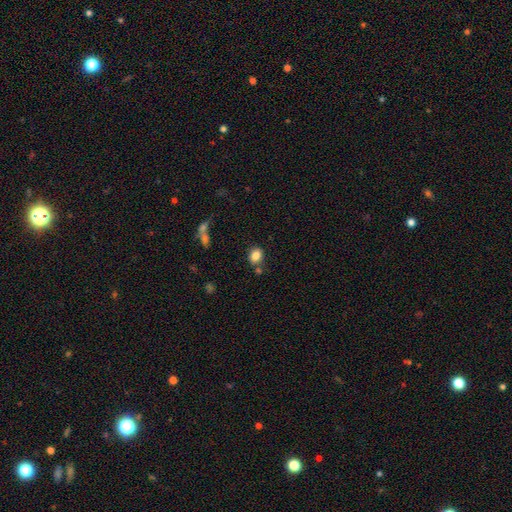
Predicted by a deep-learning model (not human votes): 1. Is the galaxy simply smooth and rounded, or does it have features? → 83% smooth, 10% star or artifact, 7% featured or disk.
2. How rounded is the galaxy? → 59% in between, 40% round, 1% cigar-shaped.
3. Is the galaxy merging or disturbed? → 72% none, 14% minor disturbance, 11% merger, 4% major disturbance.